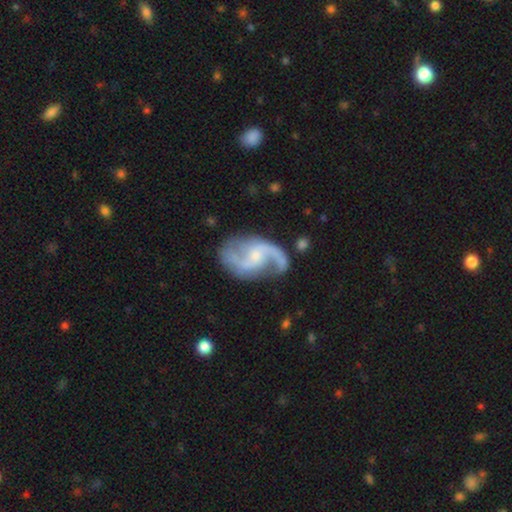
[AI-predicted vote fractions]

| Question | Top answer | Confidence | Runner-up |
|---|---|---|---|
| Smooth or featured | featured or disk | 90% | smooth (5%) |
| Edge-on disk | no | 98% | yes (2%) |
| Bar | no | 47% | weak (41%) |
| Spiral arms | yes | 97% | no (3%) |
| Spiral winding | loose | 51% | medium (40%) |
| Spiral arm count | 2 | 90% | 1 (3%) |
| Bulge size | small | 66% | moderate (24%) |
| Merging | none | 68% | minor disturbance (18%) |